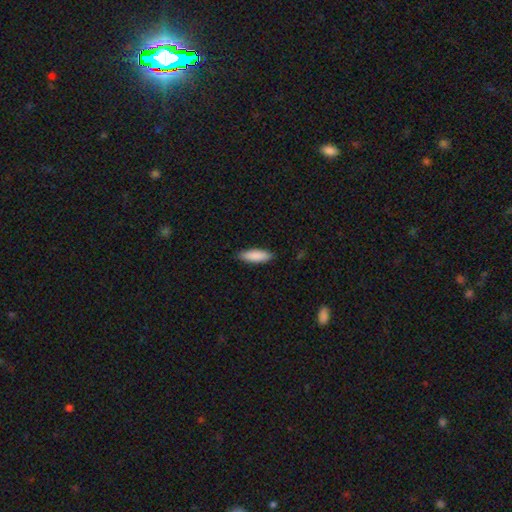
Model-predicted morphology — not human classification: A smooth galaxy with no disk features (89%) that is in between round and cigar-shaped (54%).

Vote fractions:
- Smooth or featured? smooth: 89% / featured or disk: 6% / star or artifact: 6%
- How rounded? in between: 54% / cigar-shaped: 45% / round: 2%
- Merging? none: 87% / minor disturbance: 10% / major disturbance: 2% / merger: 1%